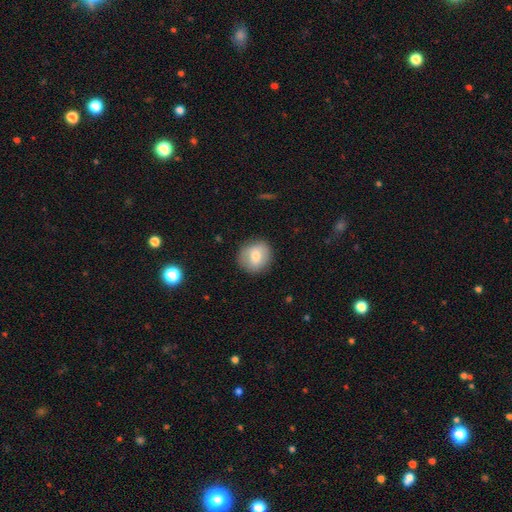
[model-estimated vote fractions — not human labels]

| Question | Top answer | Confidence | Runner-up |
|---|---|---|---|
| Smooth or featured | smooth | 71% | featured or disk (22%) |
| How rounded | round | 85% | in between (14%) |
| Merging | none | 86% | minor disturbance (10%) |